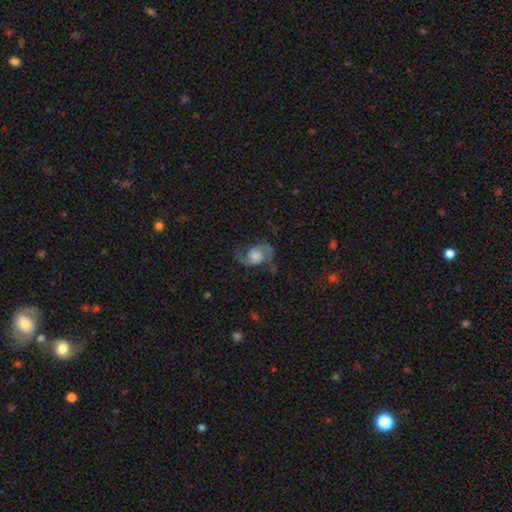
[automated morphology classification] smooth-or-featured: featured or disk: 83% | smooth: 10% | star or artifact: 7%
  disk-edge-on: no: 97% | yes: 3%
    bar: no: 66% | weak: 29% | strong: 5%
    has-spiral-arms: yes: 96% | no: 4%
      spiral-winding: medium: 46% | loose: 42% | tight: 12%
      spiral-arm-count: 2: 92% | can't tell: 3% | 1: 3% | 3: 1% | 4: 1% | more than 4: 1%
    bulge-size: moderate: 41% | large: 24% | small: 22% | none: 11% | dominant: 3%
  merging: none: 71% | minor disturbance: 17% | major disturbance: 11% | merger: 2%